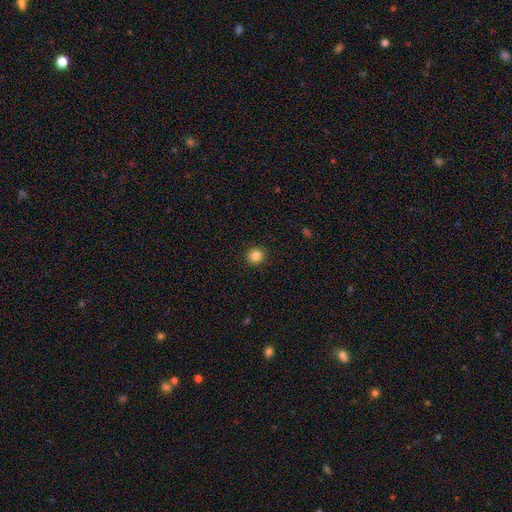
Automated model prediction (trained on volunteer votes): Smooth or featured? smooth (85%)
How rounded? round (91%)
Merging? none (92%)